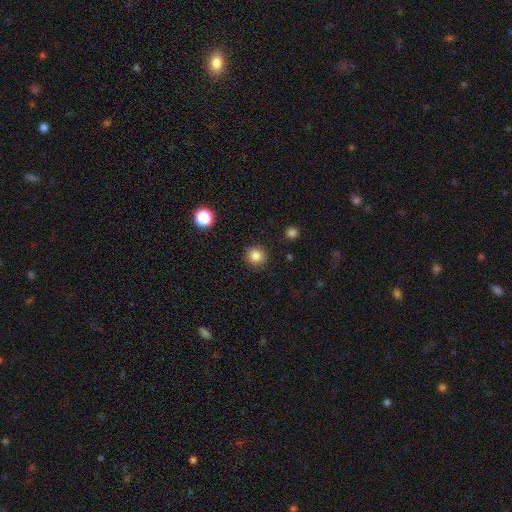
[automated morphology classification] Smooth or featured? smooth (85%)
How rounded? round (94%)
Merging? none (91%)